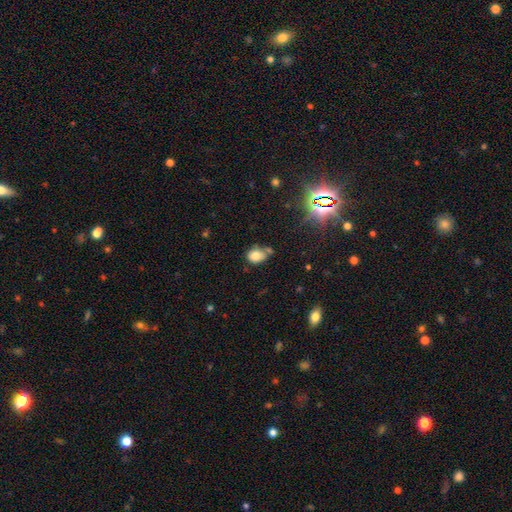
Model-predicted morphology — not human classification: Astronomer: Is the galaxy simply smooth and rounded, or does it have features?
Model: smooth — 75%.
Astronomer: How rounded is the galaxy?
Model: in between — 59% (runner-up: round, 39%).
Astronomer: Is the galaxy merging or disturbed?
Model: none — 50%.